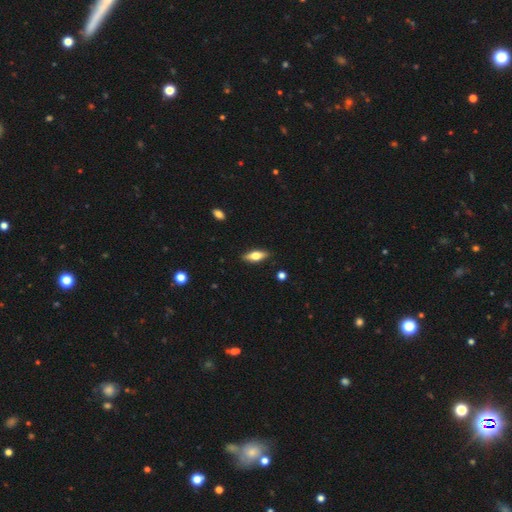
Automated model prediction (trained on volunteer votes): Smooth or featured?
  - smooth: 53% *
  - featured or disk: 40%
  - star or artifact: 7%
How rounded?
  - in between: 65% *
  - cigar-shaped: 32%
  - round: 3%
Merging?
  - none: 88% *
  - minor disturbance: 9%
  - major disturbance: 2%
  - merger: 1%